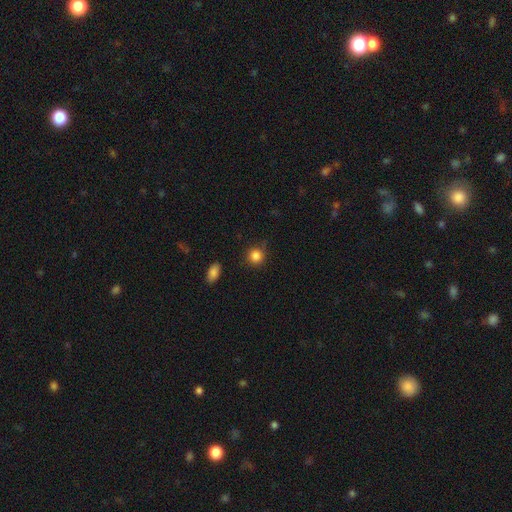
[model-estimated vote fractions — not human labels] smooth-or-featured: smooth: 85% | star or artifact: 10% | featured or disk: 4%
  how-rounded: round: 91% | in between: 8% | cigar-shaped: 1%
  merging: none: 83% | minor disturbance: 12% | major disturbance: 3% | merger: 2%